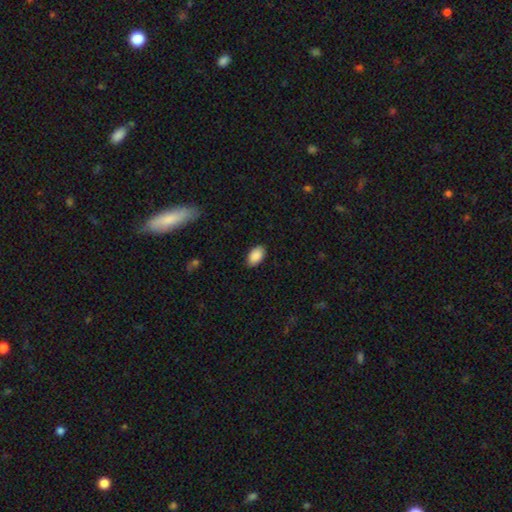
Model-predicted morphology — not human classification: smooth 90%, star or artifact 7%, featured or disk 3%. Down the decision tree: how rounded — in between (93%); merging — none (87%).